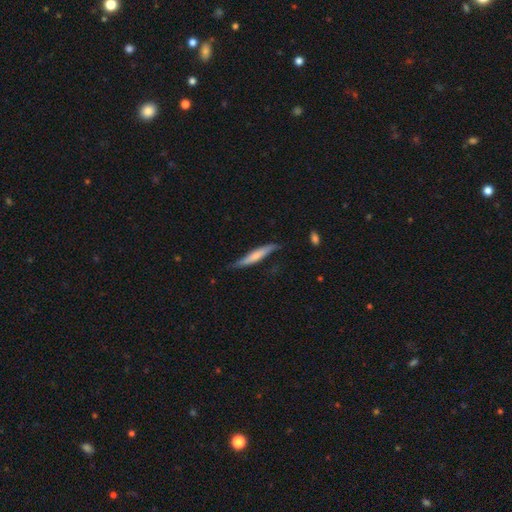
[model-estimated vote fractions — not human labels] Smooth or featured?
  - smooth: 56% *
  - featured or disk: 39%
  - star or artifact: 5%
How rounded?
  - cigar-shaped: 90% *
  - in between: 8%
  - round: 2%
Merging?
  - none: 64% *
  - minor disturbance: 28%
  - major disturbance: 6%
  - merger: 2%